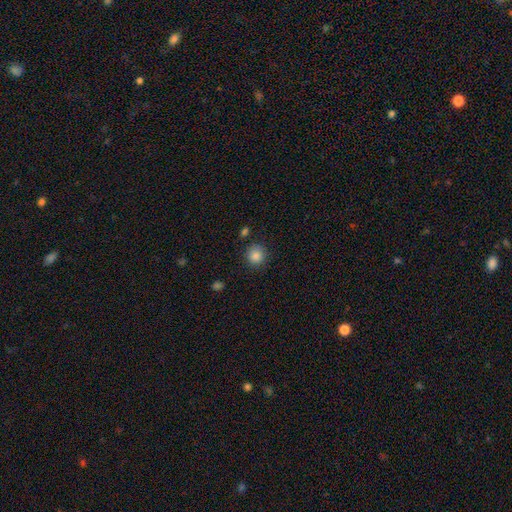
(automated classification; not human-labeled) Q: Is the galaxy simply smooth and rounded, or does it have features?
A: smooth — 85%.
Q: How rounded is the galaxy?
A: round — 92%.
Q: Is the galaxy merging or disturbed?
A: none — 86%.